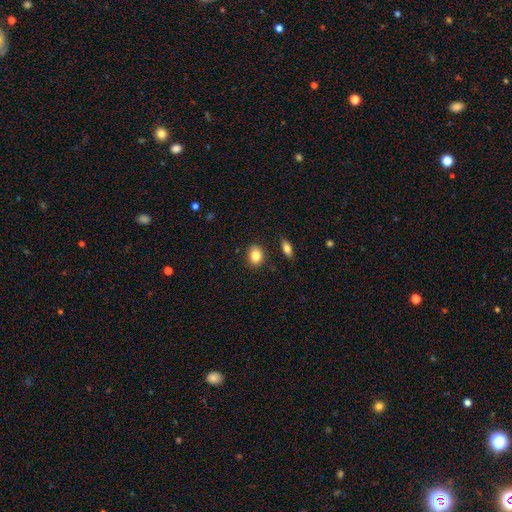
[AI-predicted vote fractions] Morphology: type=smooth (84%); roundness=in between (54%); merging=none (87%).